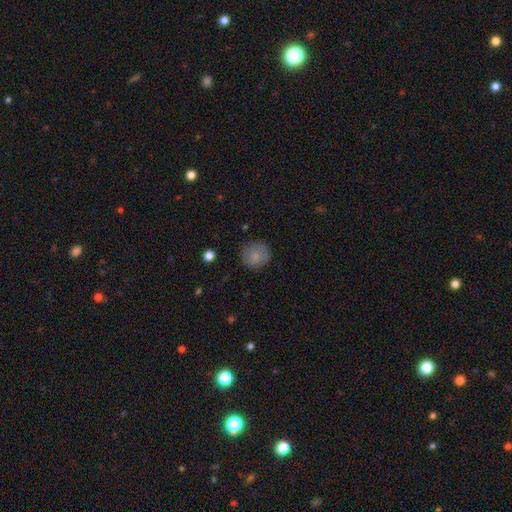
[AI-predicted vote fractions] Morphology: type=smooth (81%); roundness=round (90%); merging=none (84%).